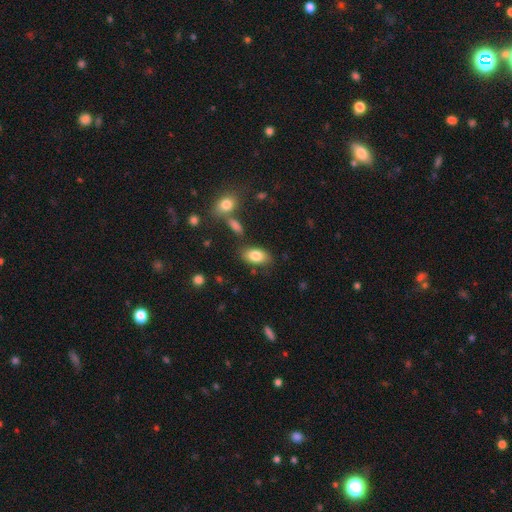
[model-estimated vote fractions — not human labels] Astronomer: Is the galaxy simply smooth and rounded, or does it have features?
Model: smooth — 83%.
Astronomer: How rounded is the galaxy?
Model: in between — 92%.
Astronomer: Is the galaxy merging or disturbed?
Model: none — 79%.